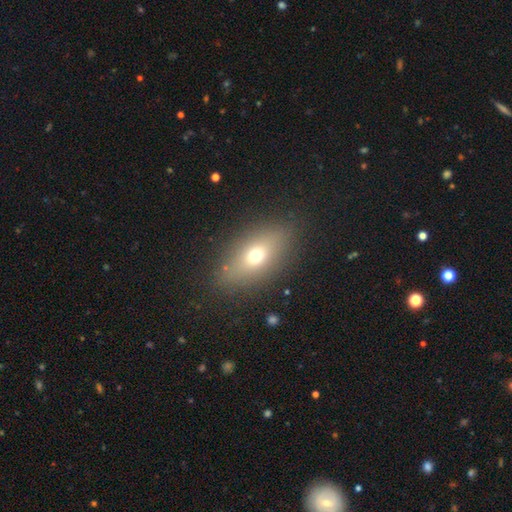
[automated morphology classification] Smooth or featured: smooth — 66% (featured or disk — 21%)
How rounded: in between — 79% (round — 13%)
Merging: none — 84% (minor disturbance — 10%)